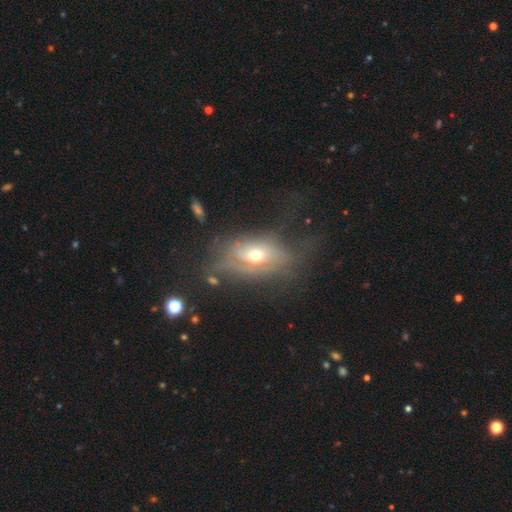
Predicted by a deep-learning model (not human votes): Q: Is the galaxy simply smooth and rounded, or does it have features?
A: featured or disk — 49%.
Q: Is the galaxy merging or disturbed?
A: major disturbance — 38%.